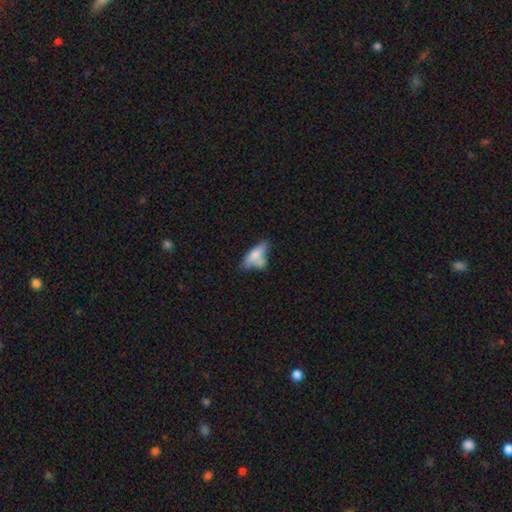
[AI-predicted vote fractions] Smooth or featured? smooth (69%)
How rounded? in between (70%)
Merging? none (36%)